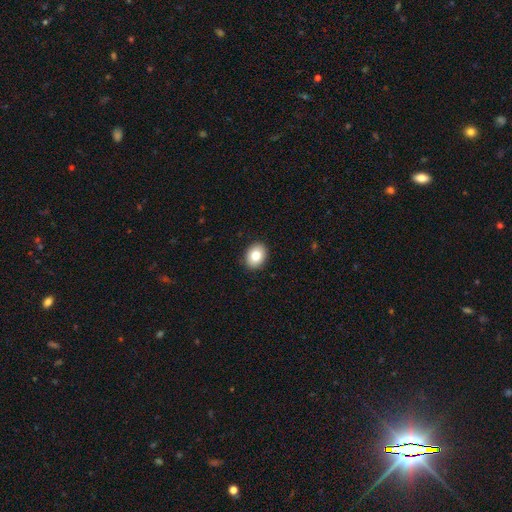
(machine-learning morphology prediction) Smooth or featured? smooth (82%)
How rounded? in between (58%)
Merging? none (91%)